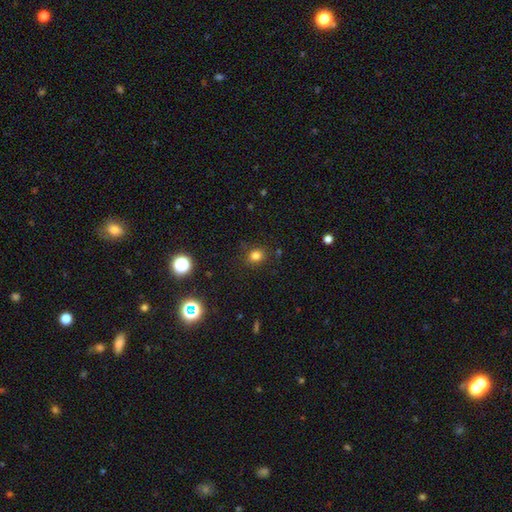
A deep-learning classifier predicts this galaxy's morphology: The model was most divided on "how rounded": round: 72%, in between: 28%, cigar-shaped: 1%. More confident: merging — none (83%); smooth or featured — smooth (79%).